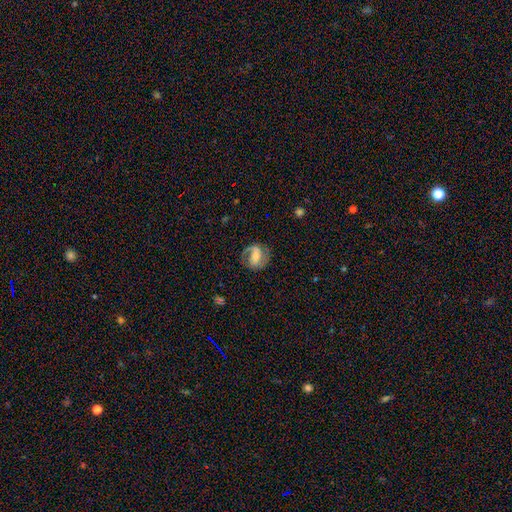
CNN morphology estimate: A featured or disk galaxy (71%) with a weak bar (40%), 2 (77%) medium (48%) spiral arms (89%) and a moderate central bulge (44%). Merging: none (72%).